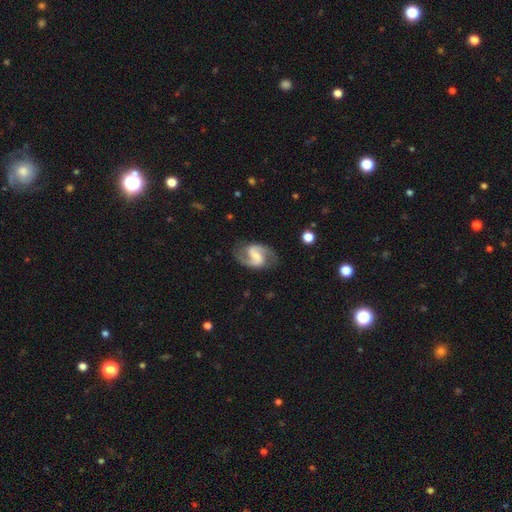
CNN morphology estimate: smooth-or-featured: featured or disk: 88% | smooth: 7% | star or artifact: 5%
  disk-edge-on: no: 98% | yes: 2%
    bar: weak: 48% | strong: 33% | no: 18%
    has-spiral-arms: yes: 97% | no: 3%
      spiral-winding: medium: 55% | loose: 30% | tight: 14%
      spiral-arm-count: 2: 93% | can't tell: 2% | 1: 1% | 3: 1% | 4: 1% | more than 4: 1%
    bulge-size: small: 41% | moderate: 30% | none: 22% | large: 6% | dominant: 1%
  merging: none: 81% | minor disturbance: 12% | major disturbance: 5% | merger: 1%